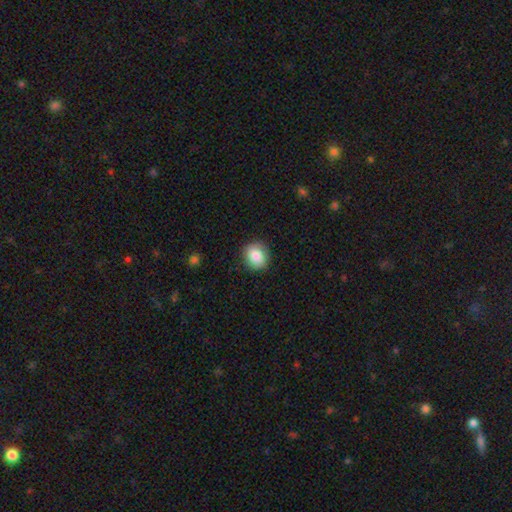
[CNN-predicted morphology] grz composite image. It shows a smooth galaxy with no disk features (85%) that is round (73%). Merging: none (86%).